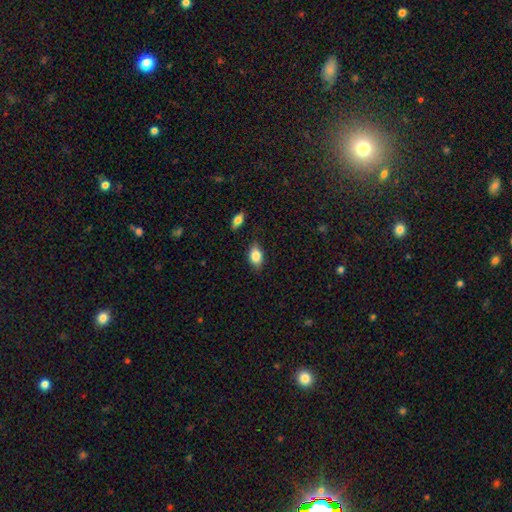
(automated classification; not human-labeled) Smooth or featured? Predicted: smooth (p=0.83). How rounded? Predicted: in between (p=0.87). Merging? Predicted: none (p=0.83).